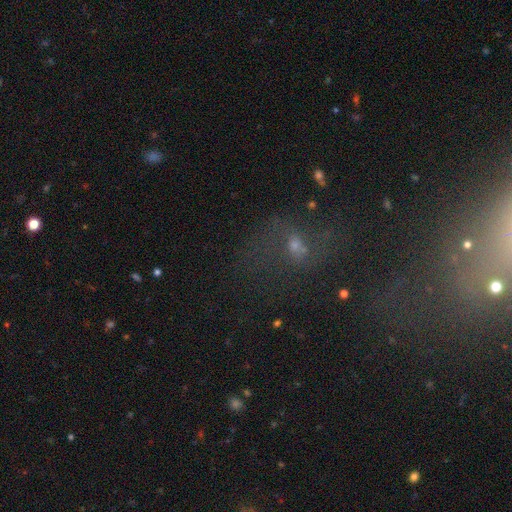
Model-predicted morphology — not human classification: type=star or artifact (38%).